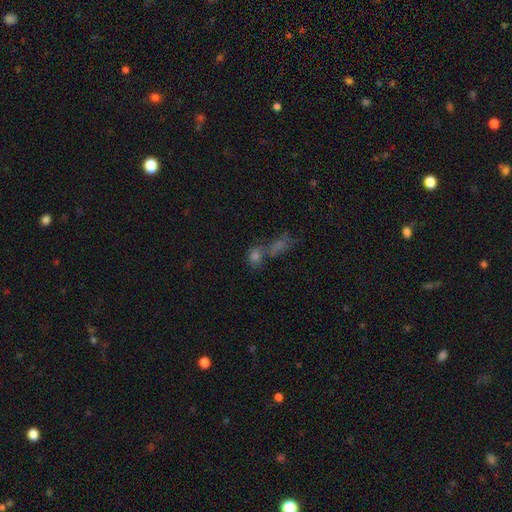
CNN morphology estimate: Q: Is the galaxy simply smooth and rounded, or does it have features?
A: smooth — 63%.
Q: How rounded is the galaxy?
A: in between — 58%.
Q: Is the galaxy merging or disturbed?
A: merger — 51%.